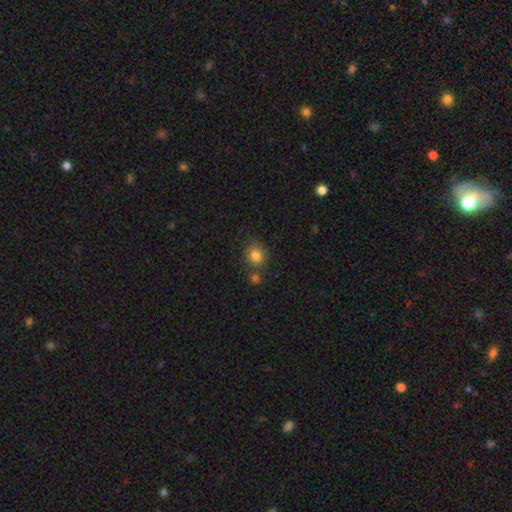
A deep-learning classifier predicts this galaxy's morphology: smooth_or_featured: smooth (p=0.83) [alt: star or artifact p=0.11]
how_rounded: round (p=0.81) [alt: in between p=0.18]
merging: none (p=0.69) [alt: merger p=0.15]